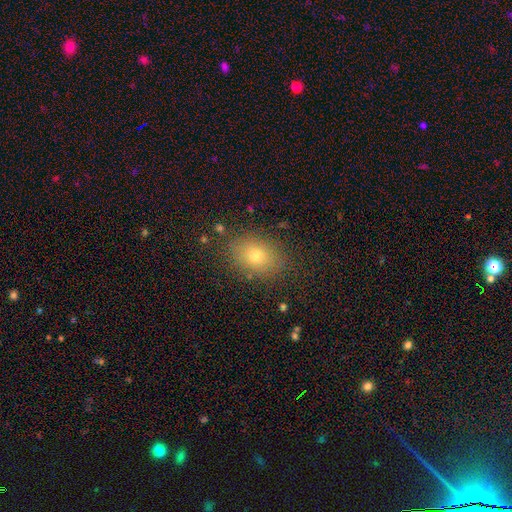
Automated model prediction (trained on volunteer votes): This appears to be a smooth galaxy with no disk features (75%) that is in between round and cigar-shaped (71%). Merging: none (85%).